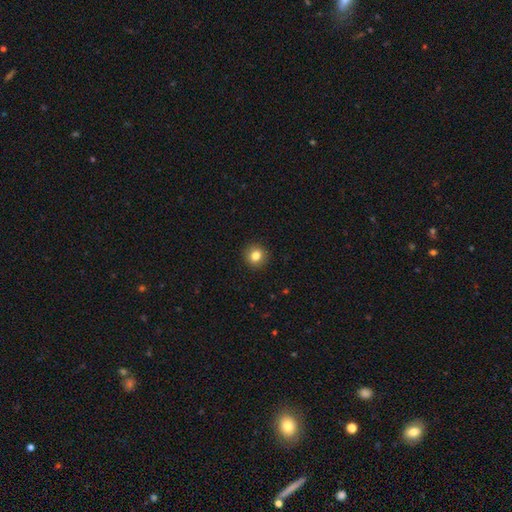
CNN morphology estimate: Q: Smooth or featured?
A: smooth (82%); runner-up: star or artifact (10%)
Q: How rounded?
A: round (88%); runner-up: in between (11%)
Q: Merging?
A: none (92%); runner-up: minor disturbance (5%)